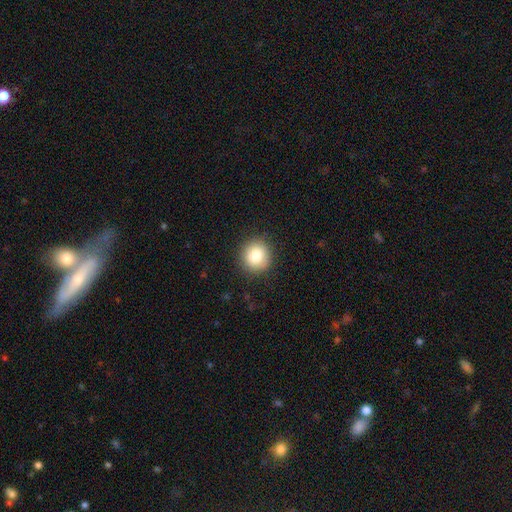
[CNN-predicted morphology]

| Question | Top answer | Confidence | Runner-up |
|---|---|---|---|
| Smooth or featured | smooth | 82% | star or artifact (9%) |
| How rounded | round | 91% | in between (8%) |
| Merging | none | 90% | minor disturbance (7%) |